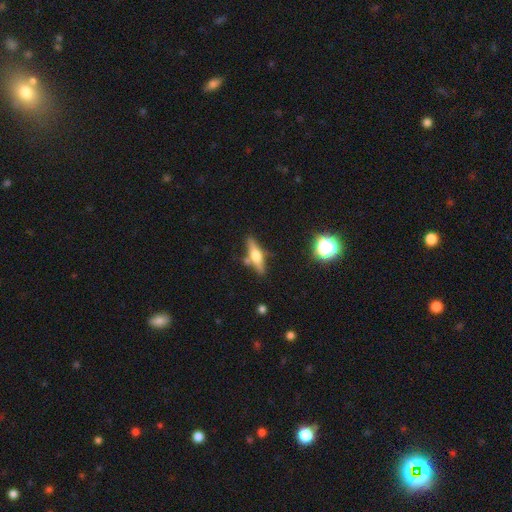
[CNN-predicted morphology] Smooth or featured?
  - featured or disk: 57% *
  - smooth: 35%
  - star or artifact: 8%
Edge-on disk?
  - yes: 93% *
  - no: 7%
Edge-on bulge?
  - rounded: 92% *
  - boxy: 5%
  - none: 2%
Merging?
  - none: 76% *
  - minor disturbance: 13%
  - merger: 7%
  - major disturbance: 3%